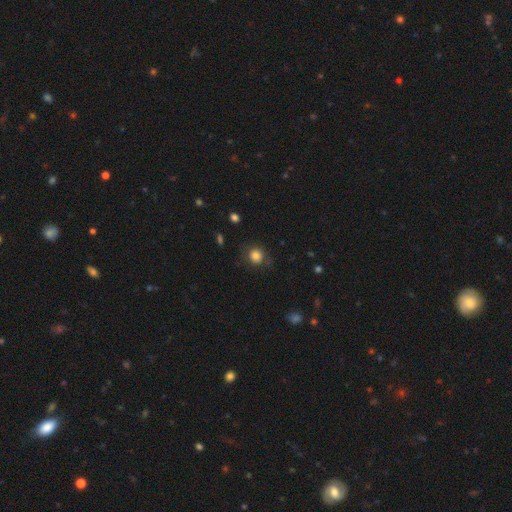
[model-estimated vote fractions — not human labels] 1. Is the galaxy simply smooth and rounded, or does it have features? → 80% smooth, 11% star or artifact, 8% featured or disk.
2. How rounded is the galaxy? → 83% round, 16% in between, 1% cigar-shaped.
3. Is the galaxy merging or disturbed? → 73% none, 17% minor disturbance, 8% major disturbance, 2% merger.